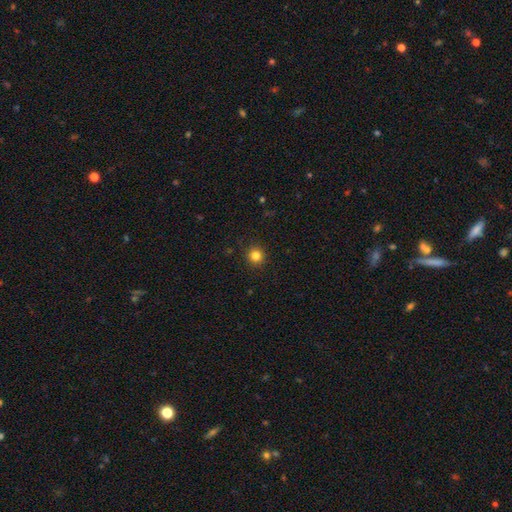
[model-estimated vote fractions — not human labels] Morphology: type=smooth (83%); roundness=round (95%); merging=none (92%).